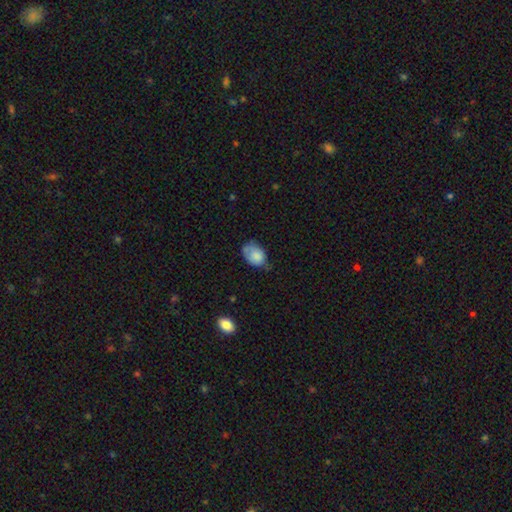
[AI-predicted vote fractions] A smooth galaxy with no disk features (78%) that is in between round and cigar-shaped (80%).

Vote fractions:
- Smooth or featured? smooth: 78% / featured or disk: 14% / star or artifact: 8%
- How rounded? in between: 80% / round: 19% / cigar-shaped: 1%
- Merging? none: 44% / minor disturbance: 40% / major disturbance: 13% / merger: 3%